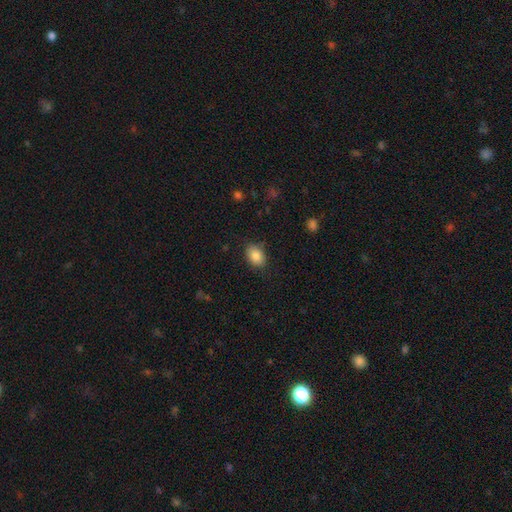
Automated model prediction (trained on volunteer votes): smooth_or_featured: smooth (p=0.86) [alt: star or artifact p=0.08]
how_rounded: in between (p=0.76) [alt: round p=0.22]
merging: none (p=0.81) [alt: minor disturbance p=0.14]